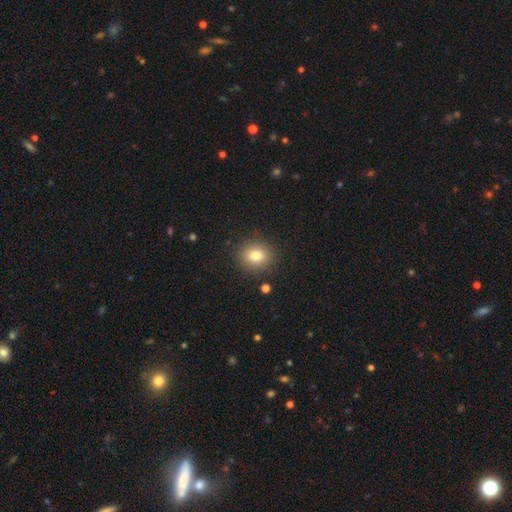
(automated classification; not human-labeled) Smooth or featured?
  - smooth: 81% *
  - star or artifact: 11%
  - featured or disk: 8%
How rounded?
  - round: 68% *
  - in between: 31%
  - cigar-shaped: 1%
Merging?
  - none: 87% *
  - minor disturbance: 8%
  - major disturbance: 3%
  - merger: 2%